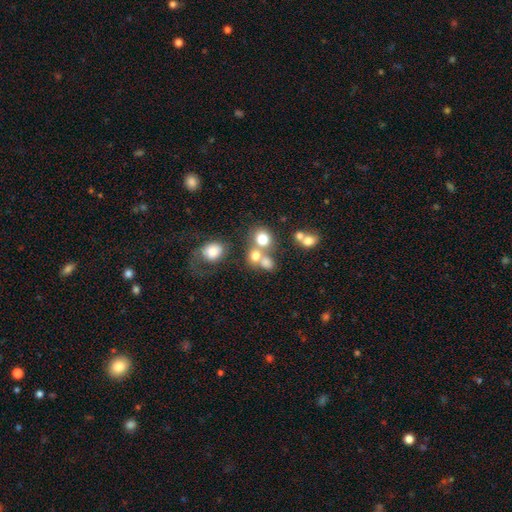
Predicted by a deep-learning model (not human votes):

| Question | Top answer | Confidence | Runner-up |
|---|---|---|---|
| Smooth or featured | smooth | 69% | star or artifact (16%) |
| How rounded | round | 74% | in between (25%) |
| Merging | merger | 47% | none (38%) |